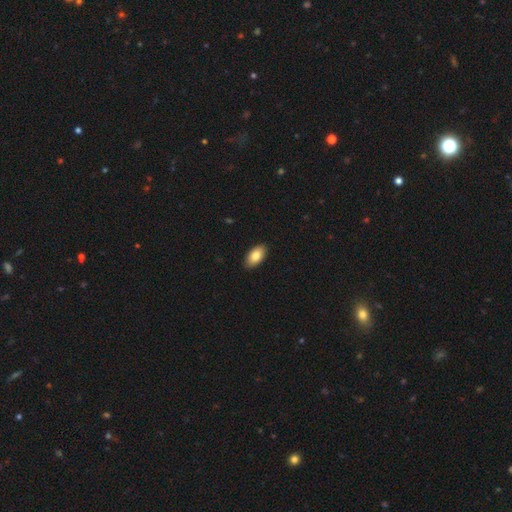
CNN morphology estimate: smooth_or_featured: smooth (p=0.83) [alt: featured or disk p=0.11]
how_rounded: in between (p=0.94) [alt: round p=0.03]
merging: none (p=0.90) [alt: minor disturbance p=0.07]